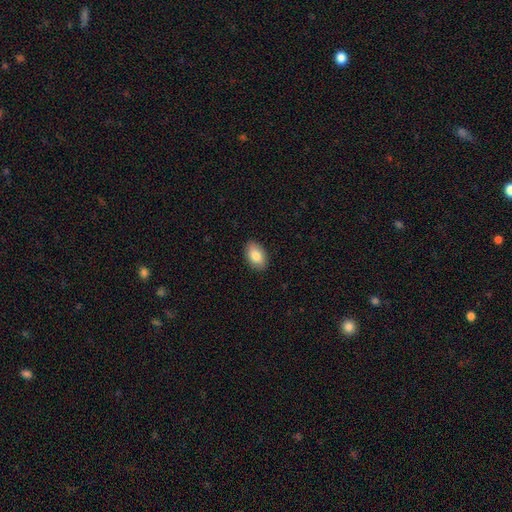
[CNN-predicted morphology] smooth_or_featured: smooth (p=0.84) [alt: featured or disk p=0.10]
how_rounded: in between (p=0.92) [alt: round p=0.06]
merging: none (p=0.89) [alt: minor disturbance p=0.08]